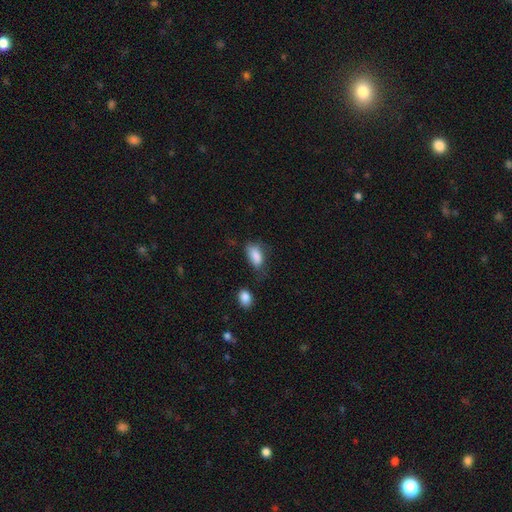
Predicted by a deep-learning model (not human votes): A smooth galaxy with no disk features (85%) that is in between round and cigar-shaped (91%).

Vote fractions:
- Smooth or featured? smooth: 85% / star or artifact: 8% / featured or disk: 7%
- How rounded? in between: 91% / round: 5% / cigar-shaped: 4%
- Merging? none: 47% / minor disturbance: 32% / major disturbance: 15% / merger: 6%